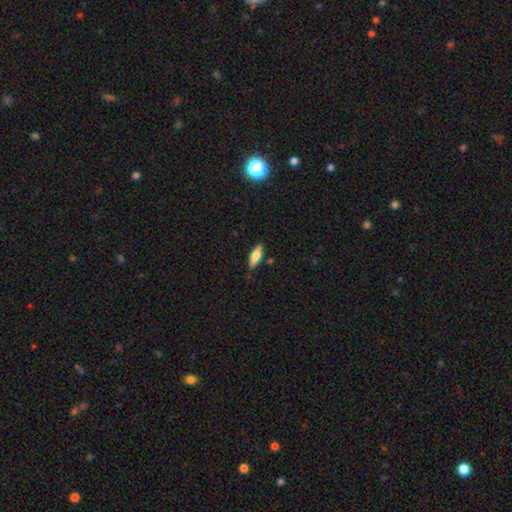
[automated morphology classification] Smooth or featured? smooth (64%)
How rounded? in between (59%)
Merging? none (82%)